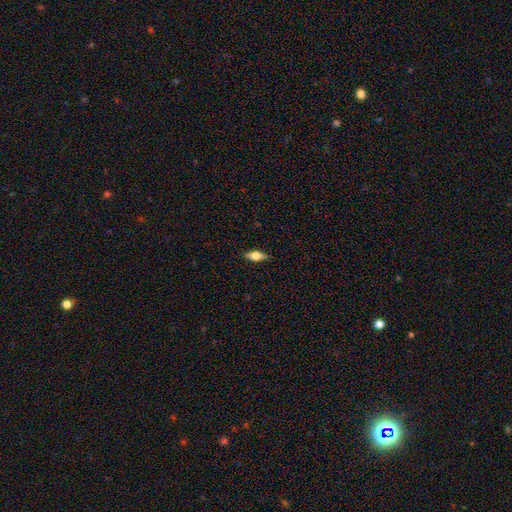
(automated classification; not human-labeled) Smooth or featured?
  - smooth: 57% *
  - featured or disk: 35%
  - star or artifact: 8%
How rounded?
  - in between: 71% *
  - cigar-shaped: 25%
  - round: 4%
Merging?
  - none: 86% *
  - minor disturbance: 11%
  - major disturbance: 2%
  - merger: 1%